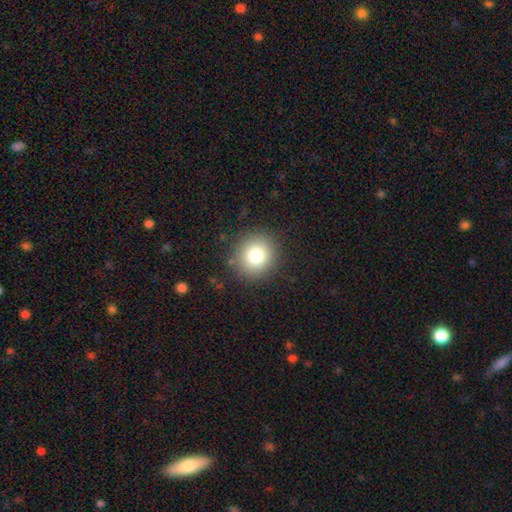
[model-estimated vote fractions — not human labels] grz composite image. It shows a smooth galaxy with no disk features (79%) that is round (91%). Merging: none (89%).